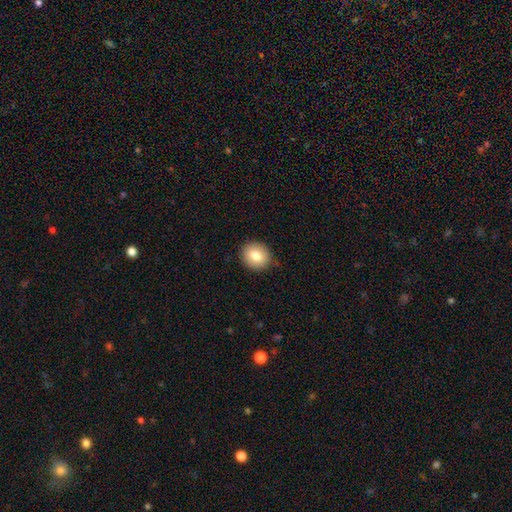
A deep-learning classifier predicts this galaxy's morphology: A smooth galaxy with no disk features (80%) that is round (79%).

Vote fractions:
- Smooth or featured? smooth: 80% / featured or disk: 11% / star or artifact: 9%
- How rounded? round: 79% / in between: 20% / cigar-shaped: 1%
- Merging? none: 89% / minor disturbance: 8% / major disturbance: 2% / merger: 1%